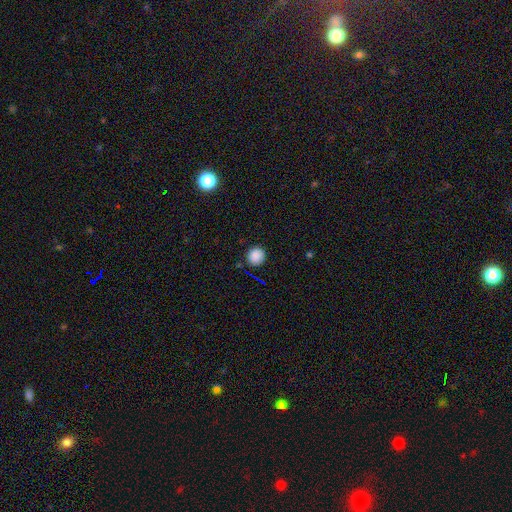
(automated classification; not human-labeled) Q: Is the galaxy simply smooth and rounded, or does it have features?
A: smooth — 86%.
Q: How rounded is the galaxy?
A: round — 90%.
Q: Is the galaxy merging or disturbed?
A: none — 87%.